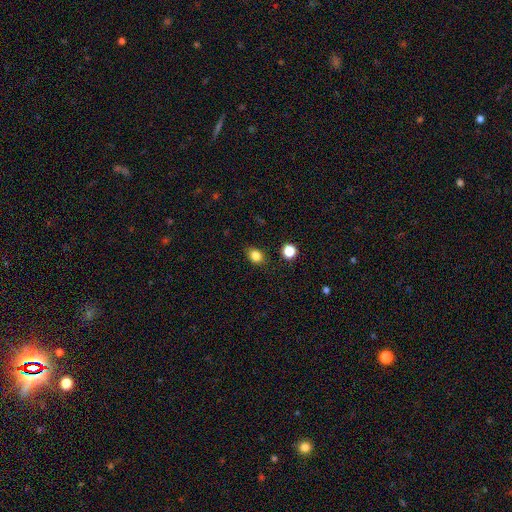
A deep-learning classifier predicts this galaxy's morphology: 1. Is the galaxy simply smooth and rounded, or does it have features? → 83% smooth, 12% star or artifact, 6% featured or disk.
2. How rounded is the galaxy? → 54% in between, 45% round, 1% cigar-shaped.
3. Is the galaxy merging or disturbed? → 85% none, 11% minor disturbance, 3% major disturbance, 2% merger.